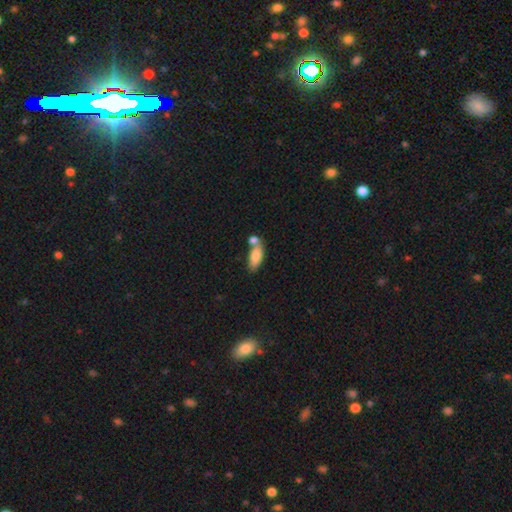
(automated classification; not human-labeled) A smooth galaxy with no disk features (82%) that is in between round and cigar-shaped (82%).

Vote fractions:
- Smooth or featured? smooth: 82% / featured or disk: 11% / star or artifact: 7%
- How rounded? in between: 82% / cigar-shaped: 15% / round: 3%
- Merging? none: 43% / merger: 39% / minor disturbance: 13% / major disturbance: 5%